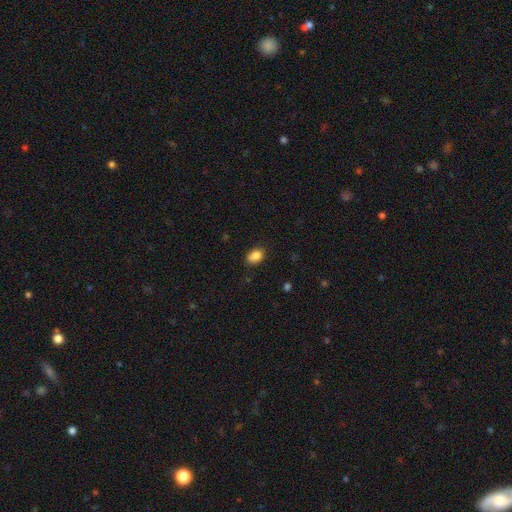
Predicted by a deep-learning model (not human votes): The model was most divided on "how rounded": in between: 76%, round: 23%, cigar-shaped: 1%. More confident: smooth or featured — smooth (85%); merging — none (82%).